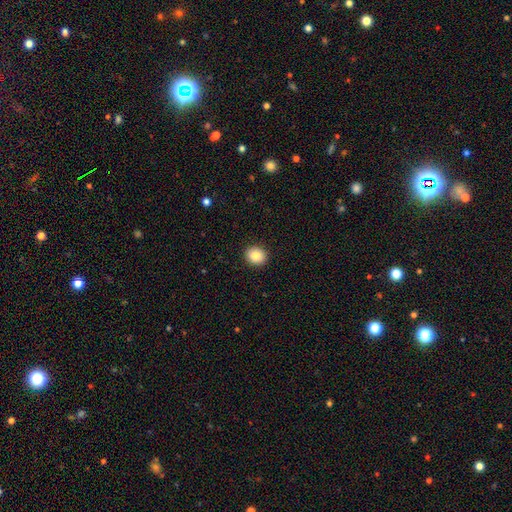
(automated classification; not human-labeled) This is clearly a smooth galaxy (86%). How rounded: likely round (76%). Merging: clearly none (92%).